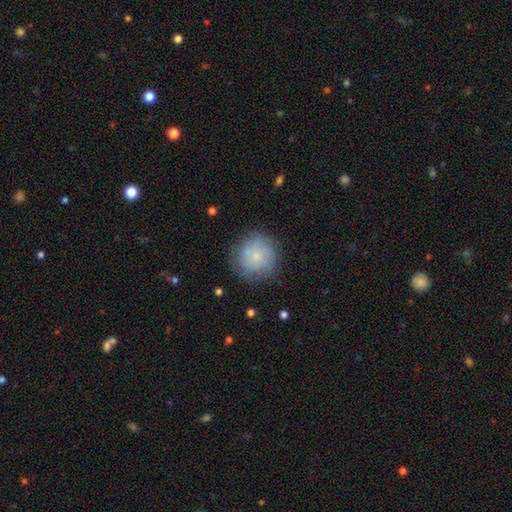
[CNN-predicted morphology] smooth_or_featured: smooth (p=0.62) [alt: featured or disk p=0.29]
how_rounded: round (p=0.93) [alt: in between p=0.06]
merging: none (p=0.78) [alt: minor disturbance p=0.15]